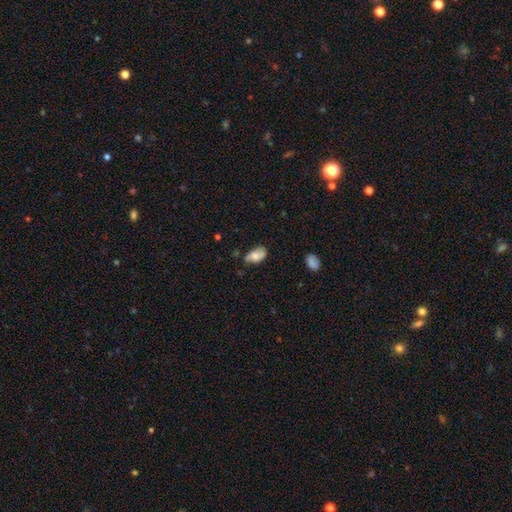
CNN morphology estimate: Overall: smooth (58%; featured or disk 34%). How rounded: in between (91%). Merging: none (61%; minor disturbance 29%).